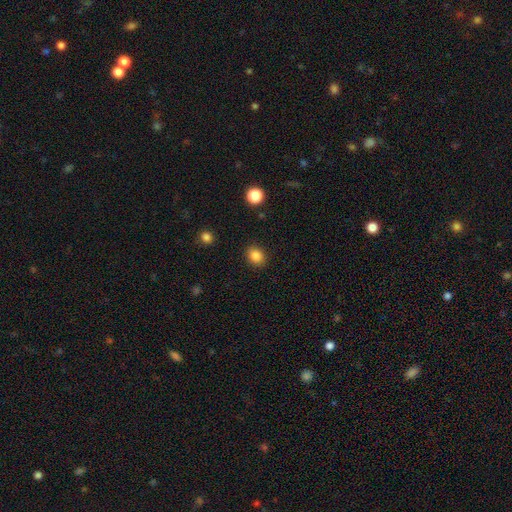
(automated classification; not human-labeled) This appears to be a smooth galaxy with no disk features (85%) that is round (52%). Merging: none (89%).